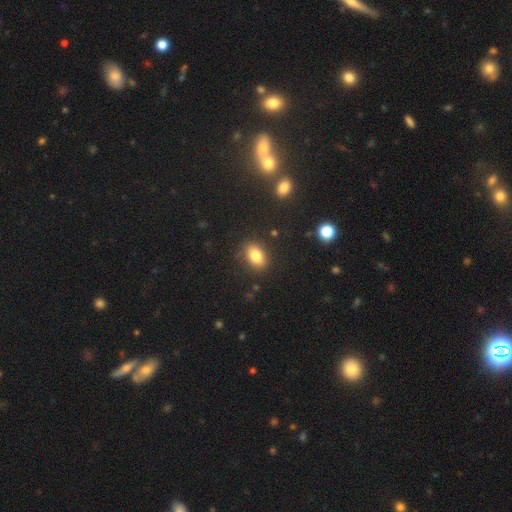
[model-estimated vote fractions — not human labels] Q: Smooth or featured?
A: smooth (82%); runner-up: star or artifact (10%)
Q: How rounded?
A: in between (81%); runner-up: round (17%)
Q: Merging?
A: none (85%); runner-up: minor disturbance (11%)